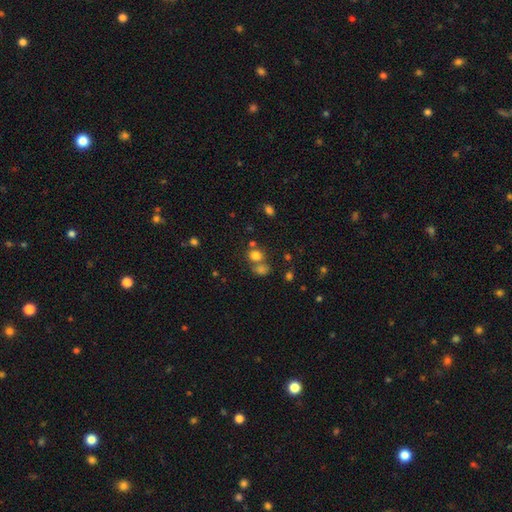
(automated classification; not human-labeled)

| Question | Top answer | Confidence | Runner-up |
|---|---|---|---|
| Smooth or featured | smooth | 75% | star or artifact (17%) |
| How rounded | round | 70% | in between (29%) |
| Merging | none | 49% | merger (38%) |